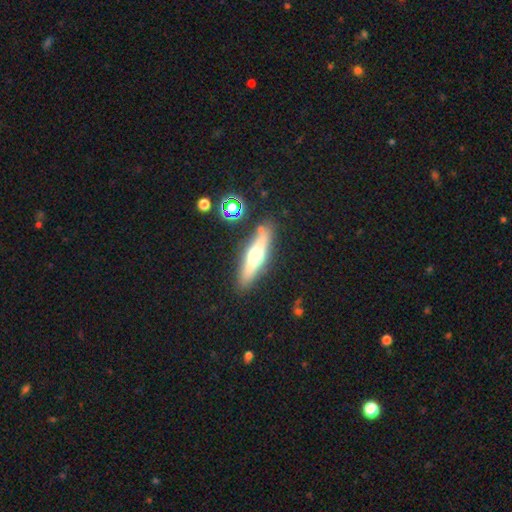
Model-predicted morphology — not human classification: Smooth or featured? Predicted: featured or disk (p=0.58). Edge-on disk? Predicted: yes (p=0.92). Edge-on bulge? Predicted: rounded (p=0.94). Merging? Predicted: none (p=0.85).